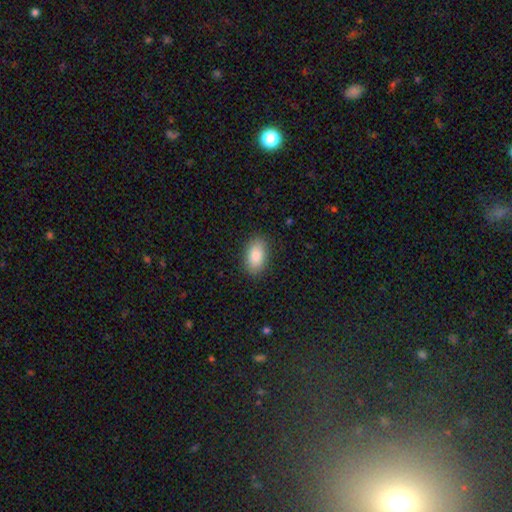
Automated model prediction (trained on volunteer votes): smooth_or_featured: smooth (p=0.87) [alt: star or artifact p=0.07]
how_rounded: in between (p=0.92) [alt: round p=0.05]
merging: none (p=0.87) [alt: minor disturbance p=0.09]